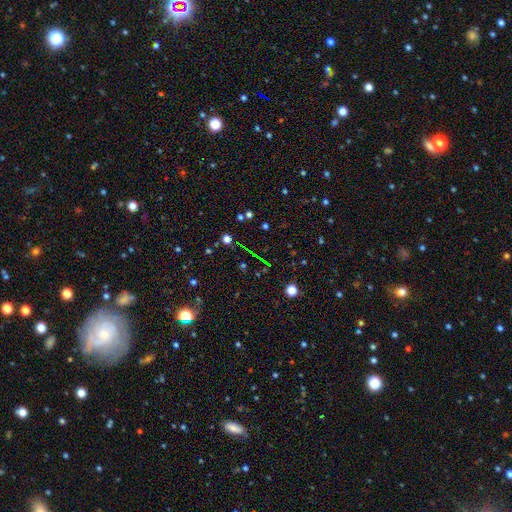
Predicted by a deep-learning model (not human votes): The model was most divided on "smooth or featured": star or artifact: 66%, smooth: 19%, featured or disk: 14%.